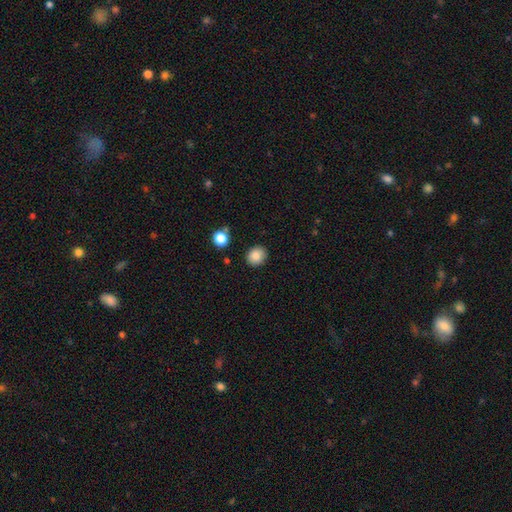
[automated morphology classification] A smooth galaxy with no disk features (86%) that is round (75%). Merging: none (87%).